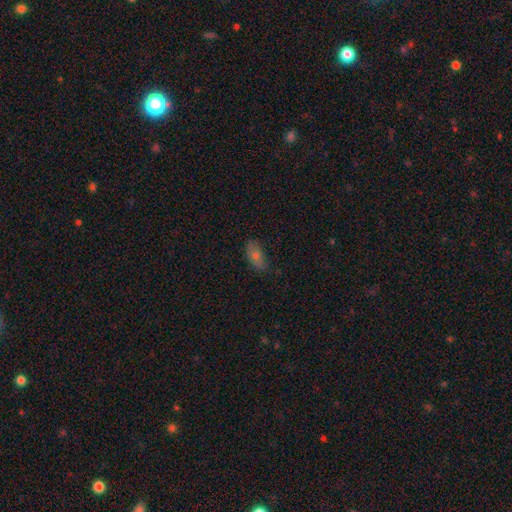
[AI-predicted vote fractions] smooth-or-featured: smooth: 67% | featured or disk: 22% | star or artifact: 11%
  how-rounded: in between: 85% | cigar-shaped: 10% | round: 5%
  merging: none: 70% | minor disturbance: 24% | major disturbance: 5% | merger: 1%